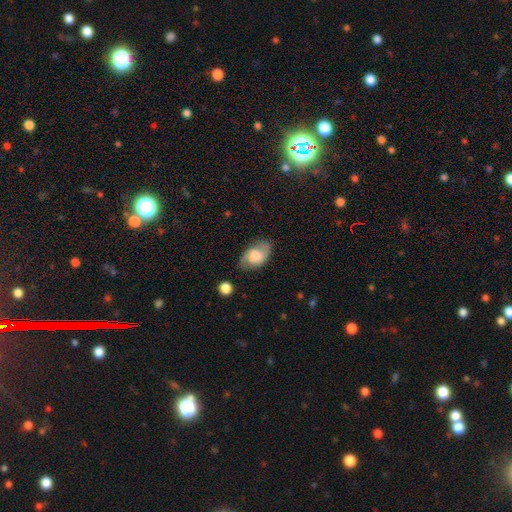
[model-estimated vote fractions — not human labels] Smooth or featured?
  - featured or disk: 48% *
  - smooth: 44%
  - star or artifact: 8%
Merging?
  - none: 68% *
  - minor disturbance: 22%
  - major disturbance: 7%
  - merger: 2%